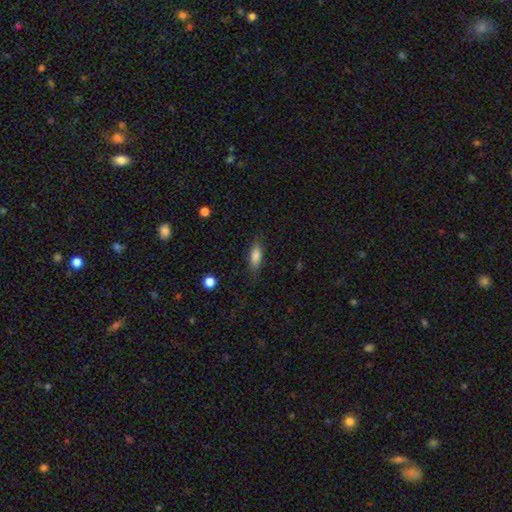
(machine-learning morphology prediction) The model was most divided on "how rounded": in between: 73%, cigar-shaped: 25%, round: 3%. More confident: smooth or featured — smooth (83%); merging — none (79%).